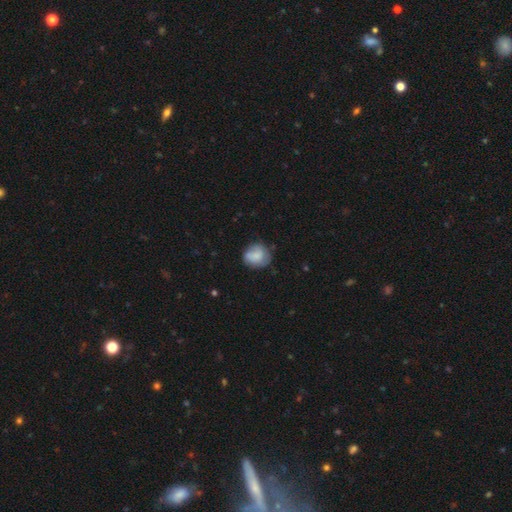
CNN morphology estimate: Q: Smooth or featured?
A: smooth (74%); runner-up: featured or disk (18%)
Q: How rounded?
A: round (76%); runner-up: in between (23%)
Q: Merging?
A: none (63%); runner-up: minor disturbance (26%)